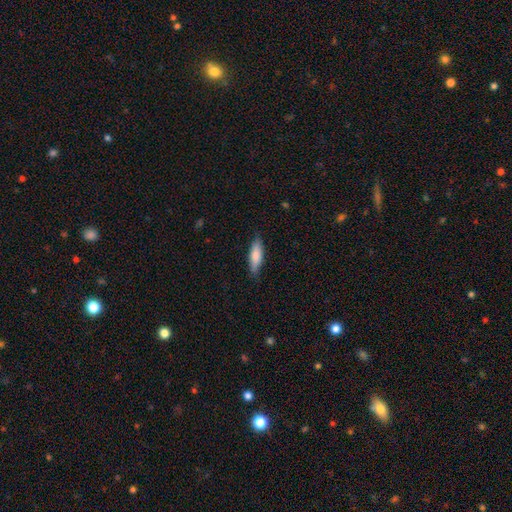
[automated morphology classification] Q: Smooth or featured?
A: smooth (78%); runner-up: featured or disk (17%)
Q: How rounded?
A: cigar-shaped (53%); runner-up: in between (45%)
Q: Merging?
A: none (83%); runner-up: minor disturbance (14%)